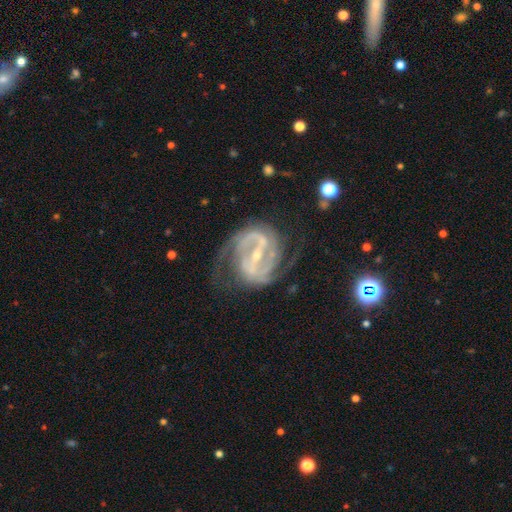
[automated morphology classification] featured or disk 90%, star or artifact 6%, smooth 4%. Down the decision tree: edge-on disk — no (96%); bar — strong (68%); spiral arms — yes (95%); spiral arm count — 2 (77%); spiral winding — medium (47%); bulge size — small (71%); merging — none (63%).